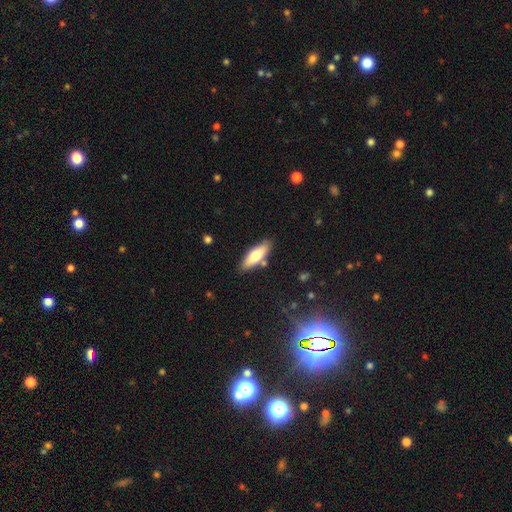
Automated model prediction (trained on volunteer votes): Smooth or featured? Predicted: smooth (p=0.67). How rounded? Predicted: in between (p=0.55). Merging? Predicted: none (p=0.82).